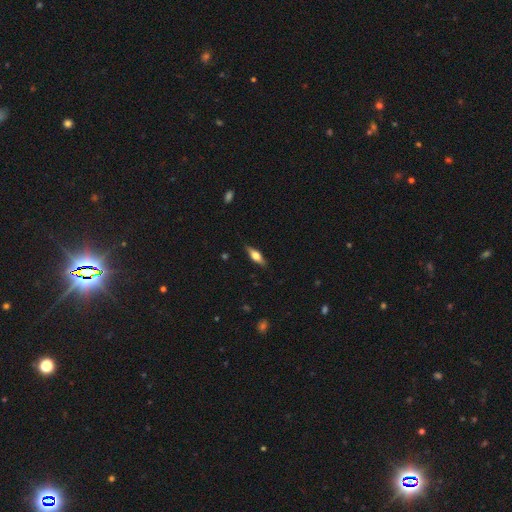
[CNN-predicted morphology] Smooth or featured? featured or disk (51%)
Edge-on disk? yes (92%)
Merging? none (87%)